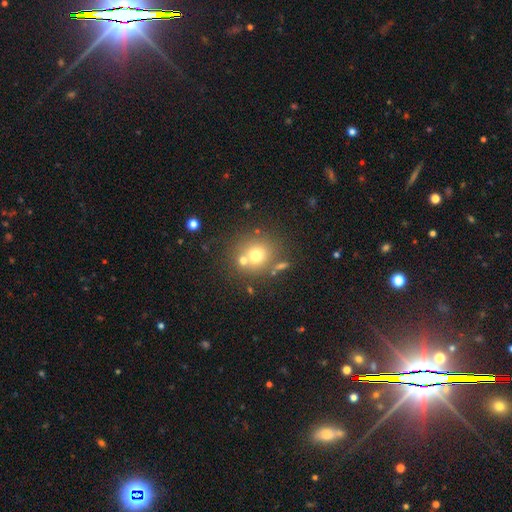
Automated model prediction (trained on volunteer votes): smooth_or_featured: smooth (p=0.69) [alt: featured or disk p=0.16]
how_rounded: round (p=0.85) [alt: in between p=0.14]
merging: none (p=0.63) [alt: merger p=0.23]